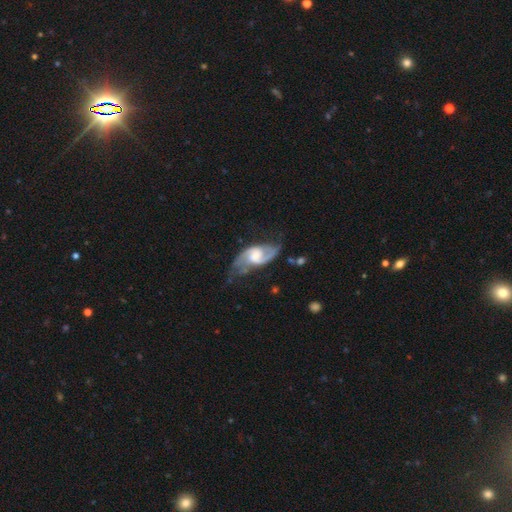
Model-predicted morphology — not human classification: featured or disk 89%, smooth 7%, star or artifact 4%. Down the decision tree: edge-on disk — no (97%); bar — weak (50%); spiral arms — yes (97%); spiral arm count — 2 (92%); spiral winding — medium (52%); bulge size — moderate (41%); merging — none (61%).